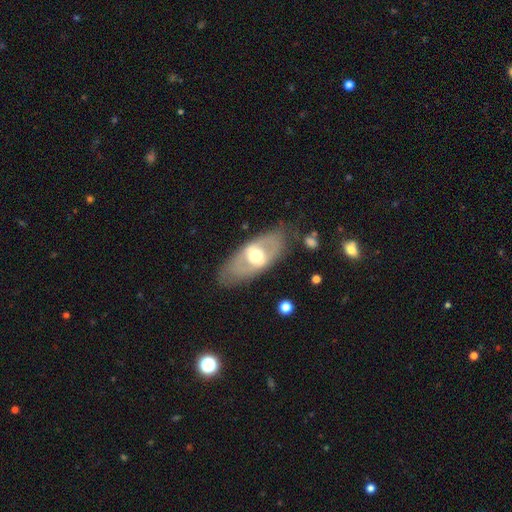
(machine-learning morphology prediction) Q: Smooth or featured?
A: featured or disk (62%); runner-up: smooth (33%)
Q: Edge-on disk?
A: no (84%); runner-up: yes (16%)
Q: Bar?
A: no (36%); runner-up: weak (34%)
Q: Spiral arms?
A: no (76%); runner-up: yes (24%)
Q: Bulge size?
A: moderate (65%); runner-up: large (23%)
Q: Merging?
A: none (78%); runner-up: minor disturbance (14%)